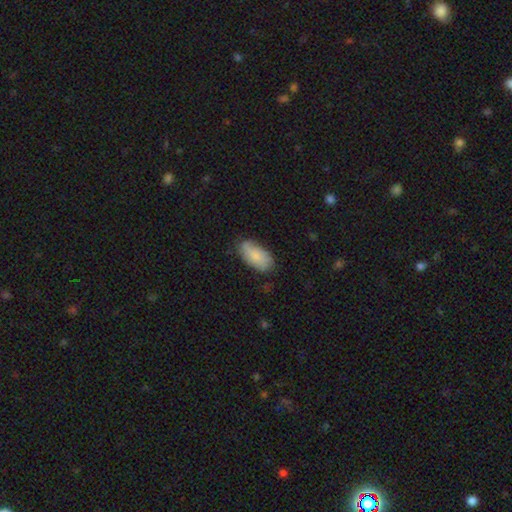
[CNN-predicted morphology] The model was most divided on "merging": none: 71%, minor disturbance: 23%, major disturbance: 5%, merger: 1%. More confident: how rounded — in between (94%); smooth or featured — smooth (75%).